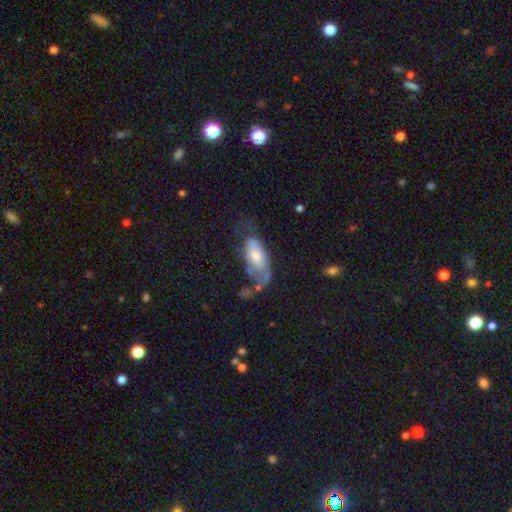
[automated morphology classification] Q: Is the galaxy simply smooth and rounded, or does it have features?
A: smooth — 52%.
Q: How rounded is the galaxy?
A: in between — 89%.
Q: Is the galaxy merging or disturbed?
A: major disturbance — 38%.